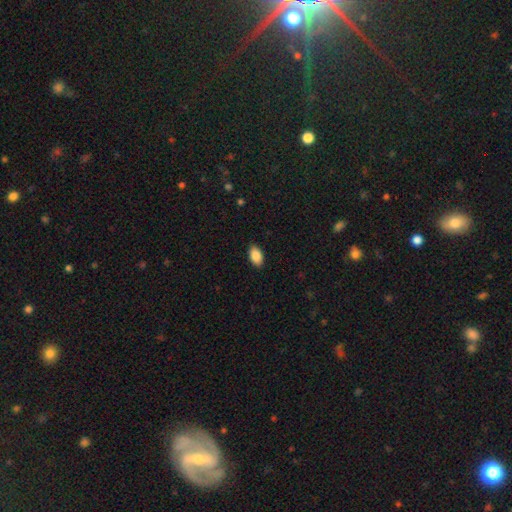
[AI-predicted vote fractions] A smooth galaxy with no disk features (88%) that is in between round and cigar-shaped (93%).

Vote fractions:
- Smooth or featured? smooth: 88% / star or artifact: 7% / featured or disk: 5%
- How rounded? in between: 93% / round: 5% / cigar-shaped: 2%
- Merging? none: 89% / minor disturbance: 8% / major disturbance: 2% / merger: 1%